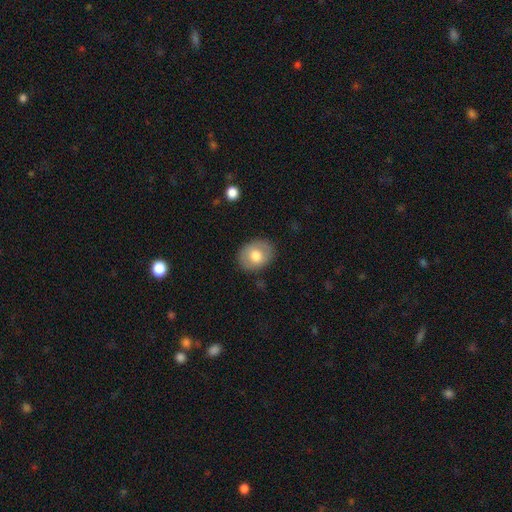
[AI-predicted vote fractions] smooth 70%, featured or disk 23%, star or artifact 7%. Down the decision tree: how rounded — in between (60%); merging — none (83%).